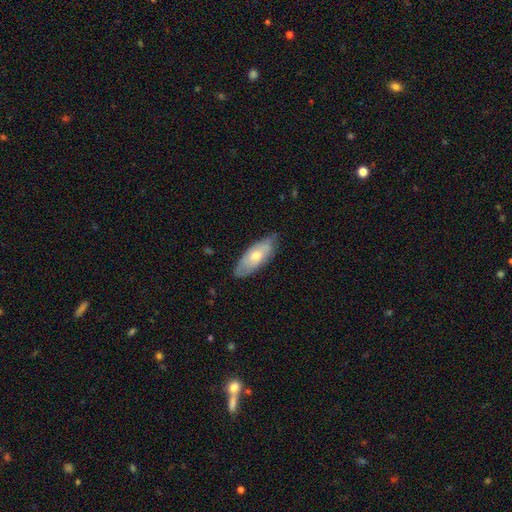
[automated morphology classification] Q: Smooth or featured?
A: smooth (55%); runner-up: featured or disk (39%)
Q: How rounded?
A: in between (74%); runner-up: cigar-shaped (24%)
Q: Merging?
A: none (76%); runner-up: minor disturbance (20%)